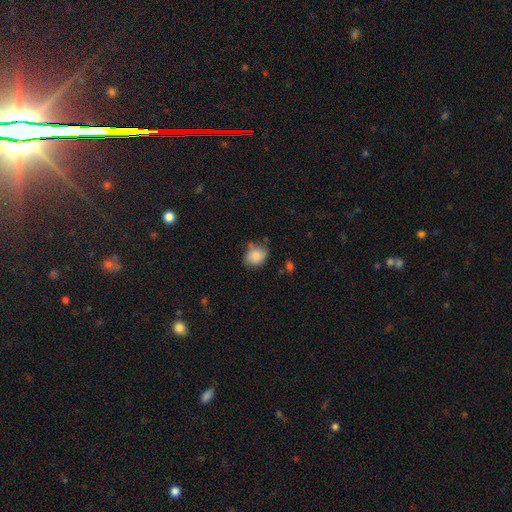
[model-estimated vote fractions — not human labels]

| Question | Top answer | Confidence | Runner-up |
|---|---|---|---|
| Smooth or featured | smooth | 80% | featured or disk (12%) |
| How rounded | in between | 53% | round (46%) |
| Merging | none | 59% | minor disturbance (28%) |